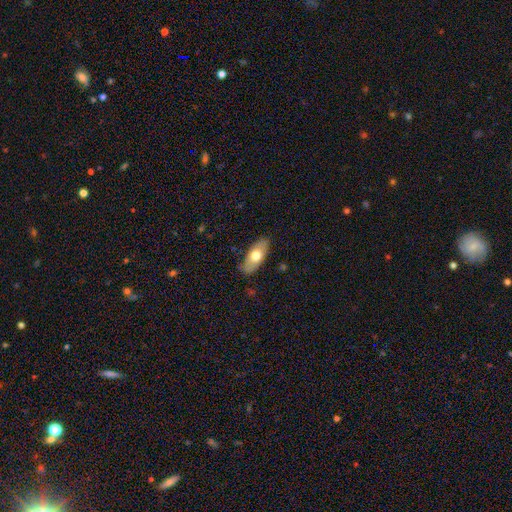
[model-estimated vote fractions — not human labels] This appears to be a smooth galaxy with no disk features (66%) that is in between round and cigar-shaped (87%). Merging: none (82%).